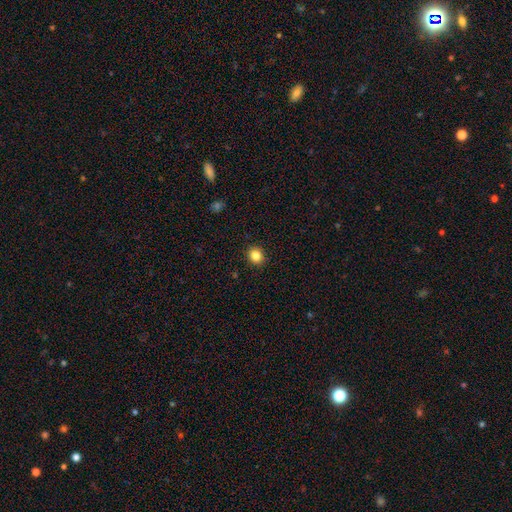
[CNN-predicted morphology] Q: Smooth or featured?
A: smooth (85%); runner-up: star or artifact (11%)
Q: How rounded?
A: round (73%); runner-up: in between (26%)
Q: Merging?
A: none (91%); runner-up: minor disturbance (6%)